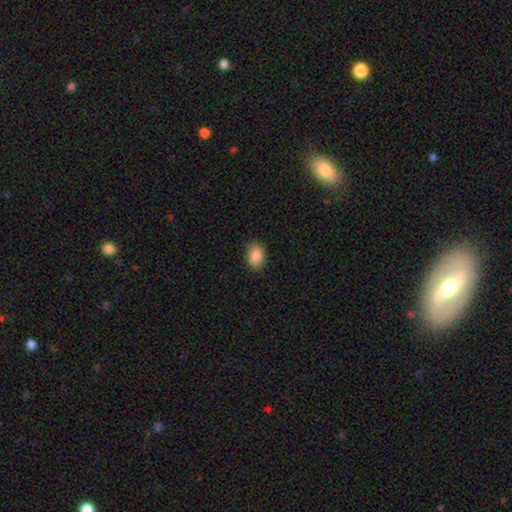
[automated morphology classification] Q: Smooth or featured?
A: smooth (89%); runner-up: star or artifact (7%)
Q: How rounded?
A: in between (82%); runner-up: round (16%)
Q: Merging?
A: none (86%); runner-up: minor disturbance (10%)